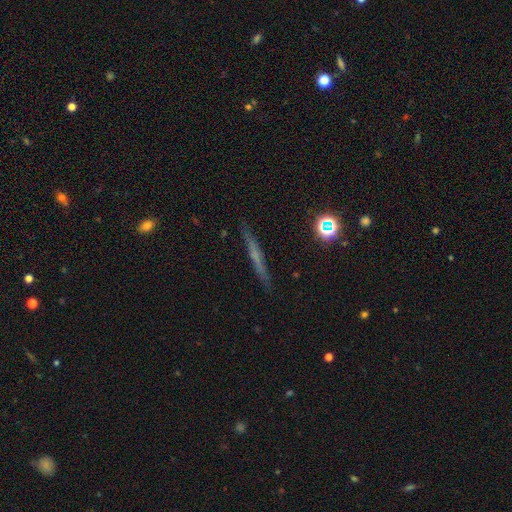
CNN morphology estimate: Smooth or featured: featured or disk — 52% (smooth — 37%)
Edge-on disk: yes — 95% (no — 5%)
Merging: none — 89% (minor disturbance — 8%)